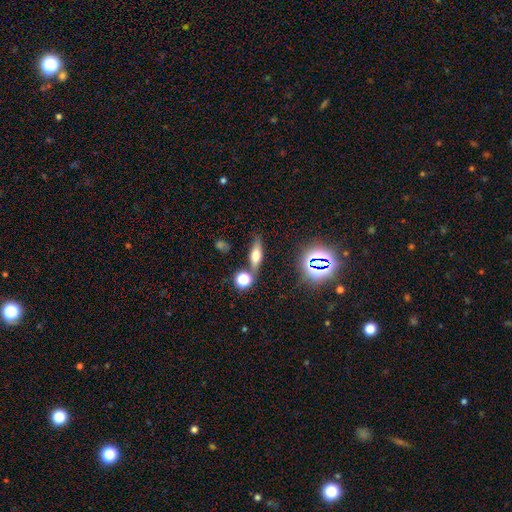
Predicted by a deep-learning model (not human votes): smooth-or-featured: smooth: 49% | featured or disk: 33% | star or artifact: 18%
  merging: none: 73% | minor disturbance: 12% | merger: 11% | major disturbance: 4%